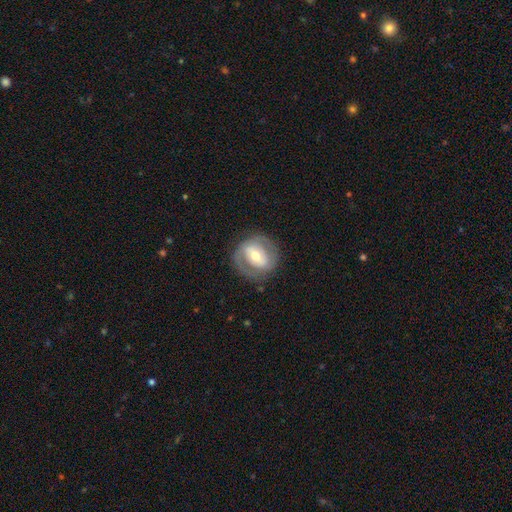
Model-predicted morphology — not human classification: A featured or disk galaxy (67%) with a weak bar (37%), spiral arms (58%) and a moderate central bulge (69%). Merging: none (77%).